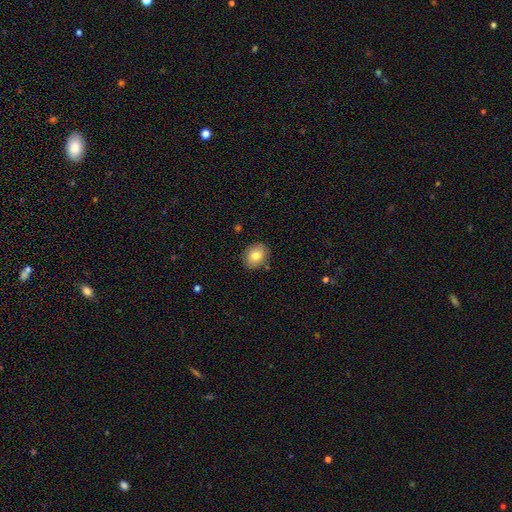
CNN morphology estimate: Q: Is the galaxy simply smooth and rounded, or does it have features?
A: smooth — 80%.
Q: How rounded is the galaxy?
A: in between — 53%.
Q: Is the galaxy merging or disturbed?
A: none — 85%.